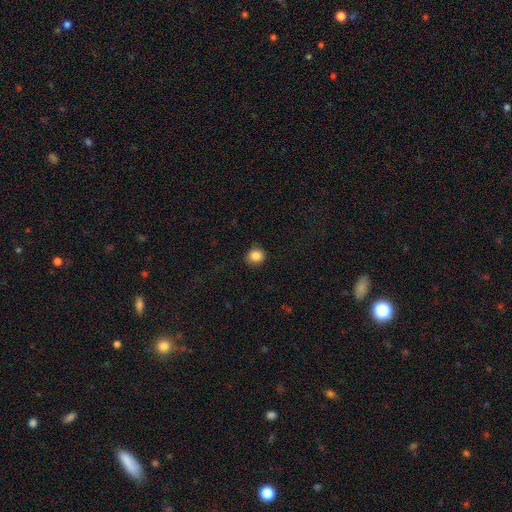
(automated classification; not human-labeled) This appears to be a smooth galaxy with no disk features (86%) that is round (83%). Merging: none (89%).